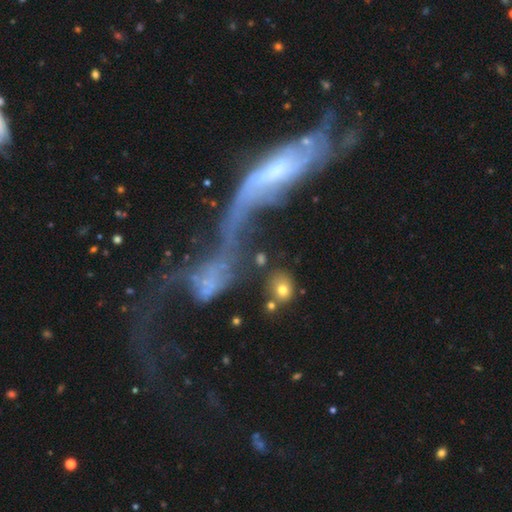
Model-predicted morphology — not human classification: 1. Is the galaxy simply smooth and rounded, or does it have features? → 68% featured or disk, 19% smooth, 13% star or artifact.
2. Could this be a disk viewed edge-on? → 80% no, 20% yes.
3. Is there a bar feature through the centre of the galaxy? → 60% no, 27% weak, 13% strong.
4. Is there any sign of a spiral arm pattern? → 57% yes, 43% no.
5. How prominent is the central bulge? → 36% small, 33% moderate, 21% none, 7% large, 3% dominant.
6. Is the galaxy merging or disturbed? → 66% merger, 21% major disturbance, 8% none, 5% minor disturbance.